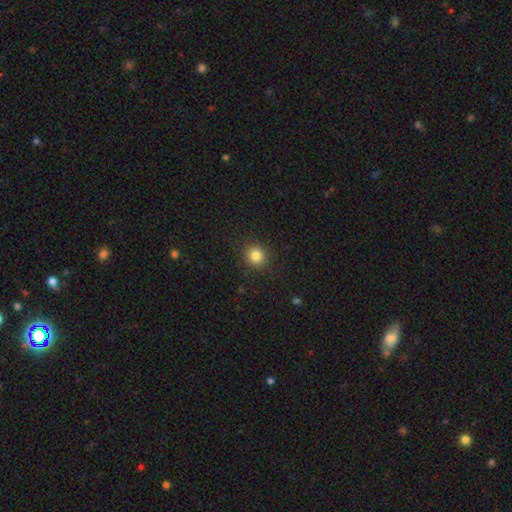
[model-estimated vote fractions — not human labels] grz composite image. It shows a smooth galaxy with no disk features (83%) that is round (89%). Merging: none (91%).